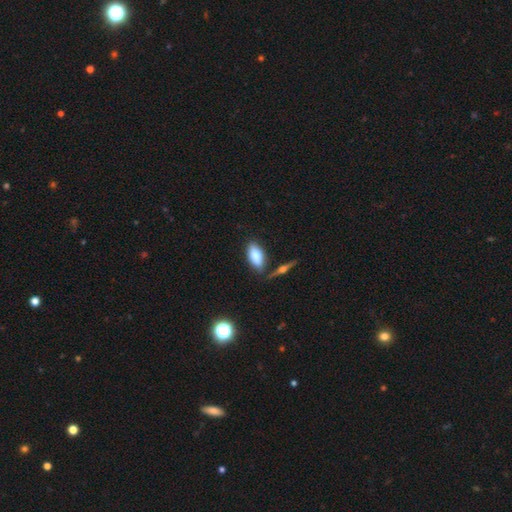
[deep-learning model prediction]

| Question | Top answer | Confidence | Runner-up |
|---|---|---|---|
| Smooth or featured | smooth | 73% | featured or disk (19%) |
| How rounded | in between | 86% | cigar-shaped (11%) |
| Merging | none | 74% | minor disturbance (14%) |